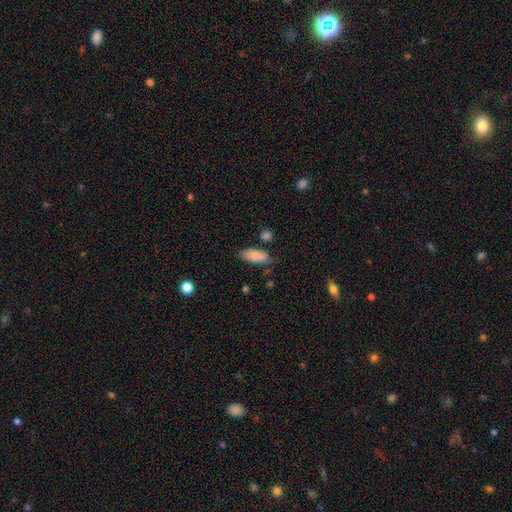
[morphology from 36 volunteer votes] Overall: smooth (89%). How rounded: in between (88%). Merging: none (69%).